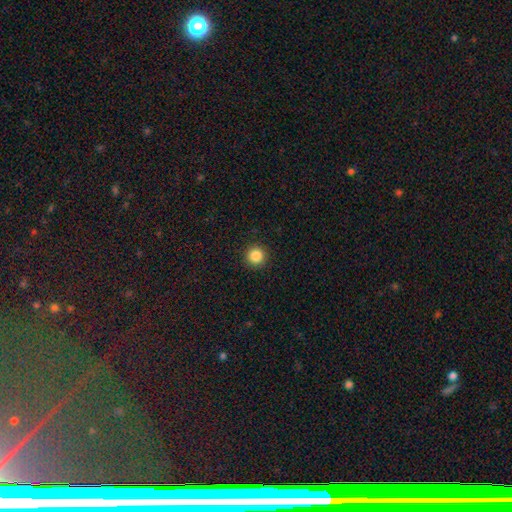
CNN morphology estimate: A smooth galaxy with no disk features (86%) that is round (96%).

Vote fractions:
- Smooth or featured? smooth: 86% / star or artifact: 10% / featured or disk: 3%
- How rounded? round: 96% / in between: 3% / cigar-shaped: 1%
- Merging? none: 93% / minor disturbance: 4% / major disturbance: 2% / merger: 1%